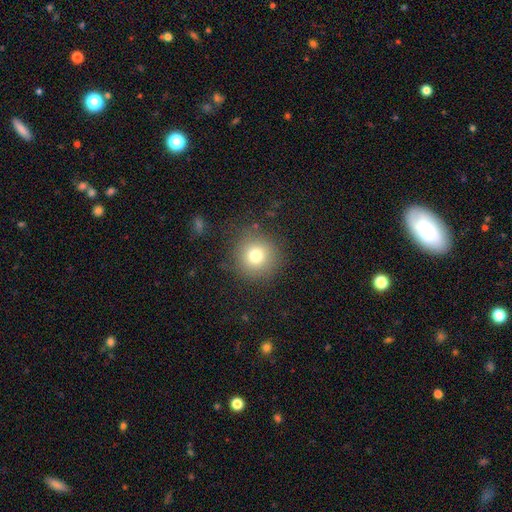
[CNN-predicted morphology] A smooth galaxy with no disk features (75%) that is round (94%). Merging: none (86%).